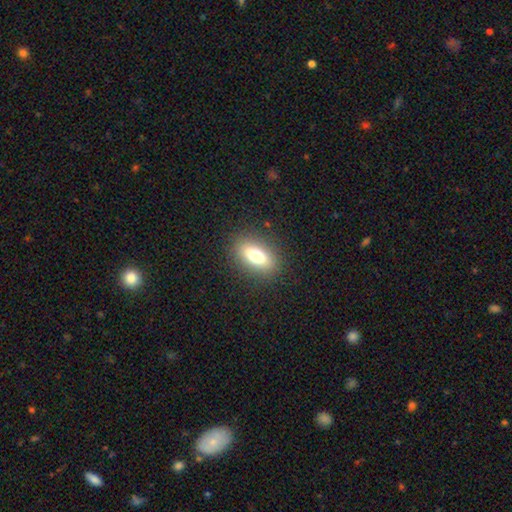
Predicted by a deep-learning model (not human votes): This is likely a smooth galaxy (71%). How rounded: likely in between (79%). Merging: clearly none (87%).